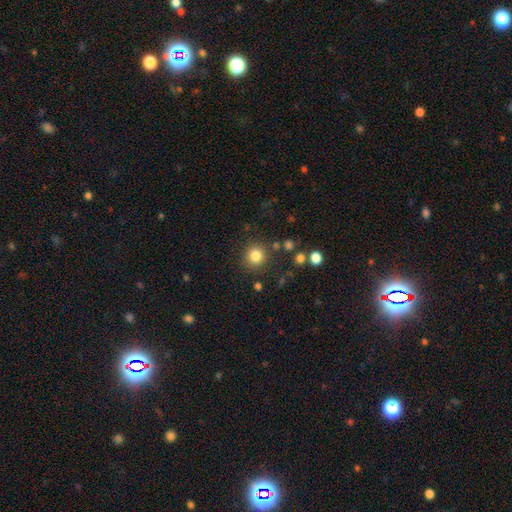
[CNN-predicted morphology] A smooth galaxy with no disk features (83%) that is round (92%).

Vote fractions:
- Smooth or featured? smooth: 83% / star or artifact: 11% / featured or disk: 6%
- How rounded? round: 92% / in between: 7% / cigar-shaped: 1%
- Merging? none: 86% / minor disturbance: 8% / major disturbance: 3% / merger: 3%